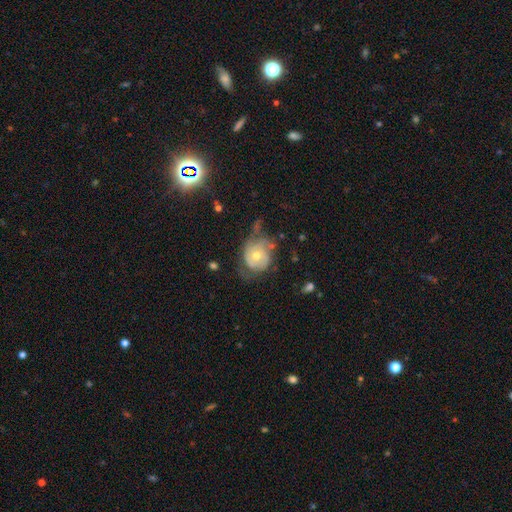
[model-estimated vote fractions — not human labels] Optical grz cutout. It shows a featured or disk galaxy (65%) with no bar (81%), spiral arms (75%) and a moderate central bulge (65%). Merging: none (38%).